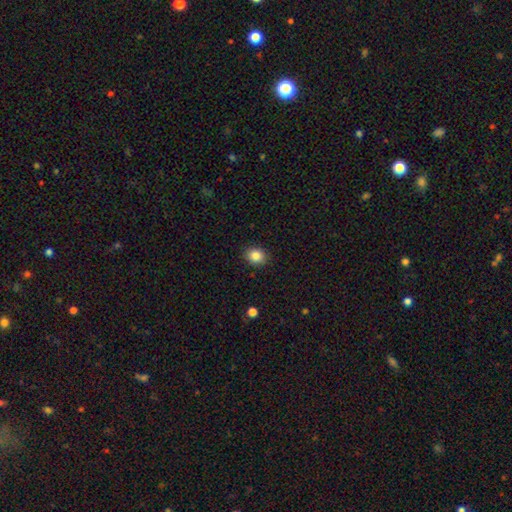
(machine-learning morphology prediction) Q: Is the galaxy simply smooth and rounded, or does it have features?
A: smooth — 85%.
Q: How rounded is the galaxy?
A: round — 66%.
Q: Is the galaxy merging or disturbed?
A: none — 89%.